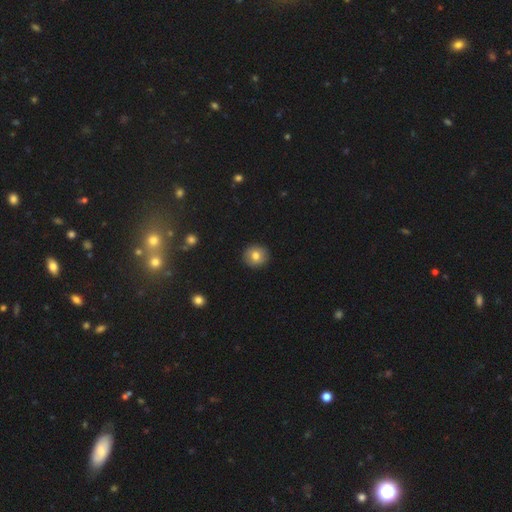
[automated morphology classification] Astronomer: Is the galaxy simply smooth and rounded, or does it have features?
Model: smooth — 77%.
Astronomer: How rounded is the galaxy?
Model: round — 91%.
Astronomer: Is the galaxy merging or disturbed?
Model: none — 91%.